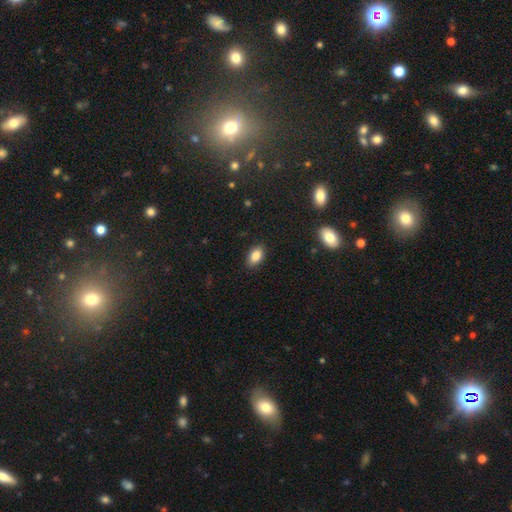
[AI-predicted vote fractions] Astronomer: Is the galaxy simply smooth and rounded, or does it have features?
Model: smooth — 86%.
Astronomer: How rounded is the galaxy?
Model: in between — 88%.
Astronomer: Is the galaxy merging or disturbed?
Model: none — 88%.